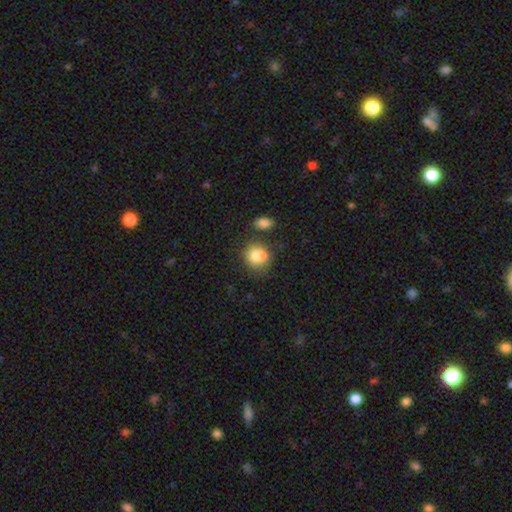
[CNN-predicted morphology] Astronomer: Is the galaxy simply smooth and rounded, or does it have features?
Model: smooth — 74%.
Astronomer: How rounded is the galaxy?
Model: round — 69%.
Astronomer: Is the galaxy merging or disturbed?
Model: merger — 42% (runner-up: none, 40%).